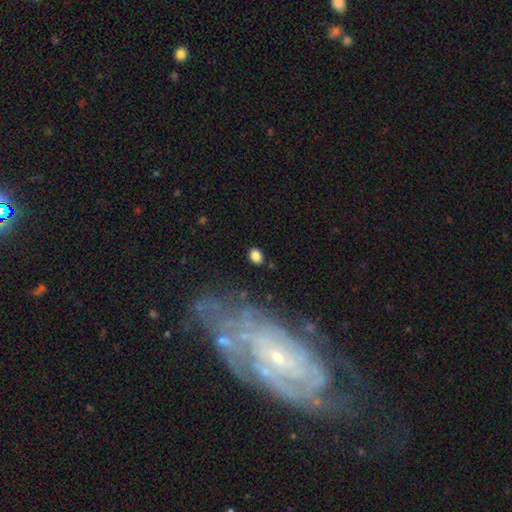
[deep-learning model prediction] smooth_or_featured: smooth (p=0.83) [alt: star or artifact p=0.10]
how_rounded: in between (p=0.63) [alt: round p=0.36]
merging: none (p=0.85) [alt: minor disturbance p=0.10]